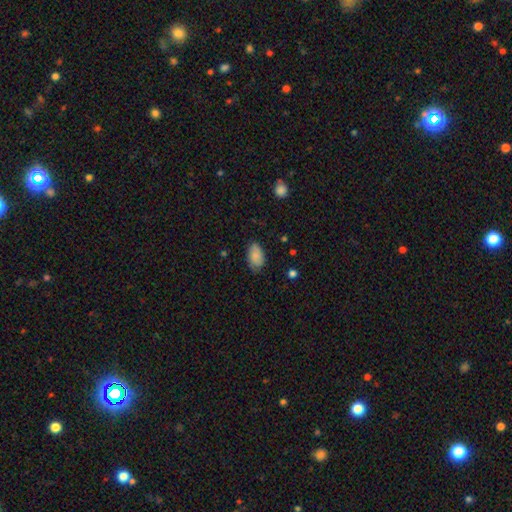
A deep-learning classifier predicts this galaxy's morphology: Smooth or featured? smooth (83%)
How rounded? in between (93%)
Merging? none (73%)